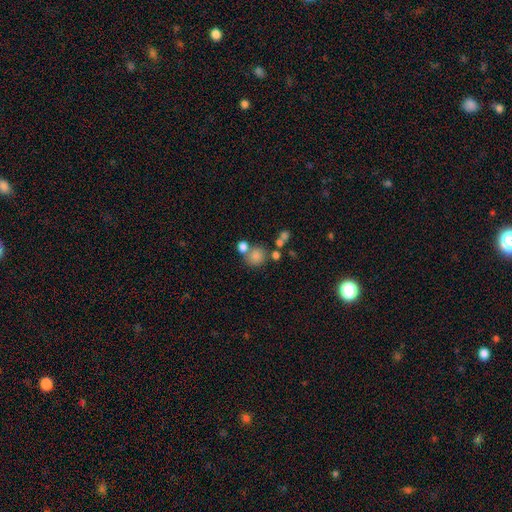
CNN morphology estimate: smooth-or-featured: smooth: 77% | star or artifact: 13% | featured or disk: 10%
  how-rounded: round: 82% | in between: 17% | cigar-shaped: 1%
  merging: none: 53% | merger: 30% | minor disturbance: 11% | major disturbance: 6%